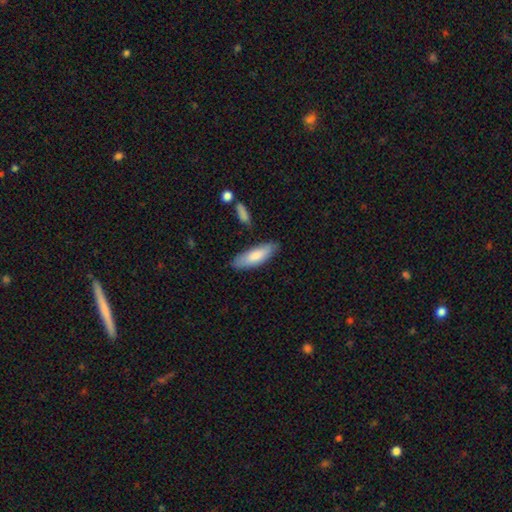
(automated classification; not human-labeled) Smooth or featured: smooth — 79% (featured or disk — 16%)
How rounded: in between — 58% (cigar-shaped — 41%)
Merging: none — 80% (minor disturbance — 14%)